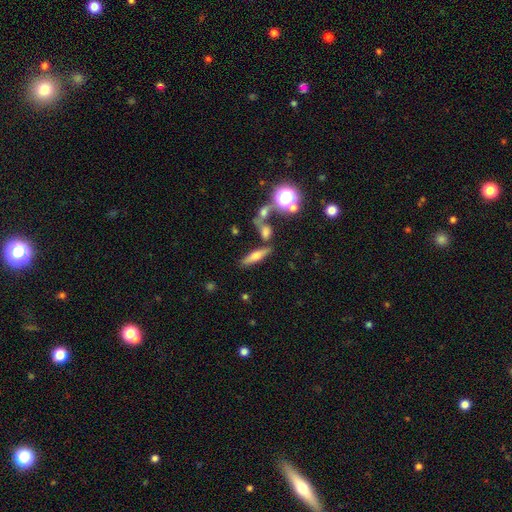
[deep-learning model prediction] Smooth or featured? smooth (51%)
How rounded? cigar-shaped (65%)
Merging? none (69%)